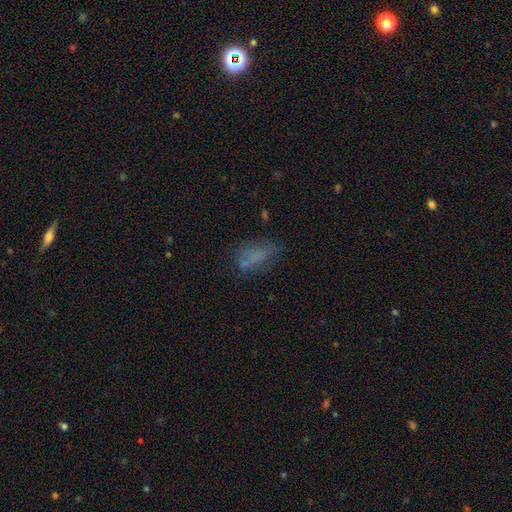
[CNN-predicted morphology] smooth_or_featured: smooth (p=0.61) [alt: featured or disk p=0.23]
how_rounded: in between (p=0.81) [alt: cigar-shaped p=0.11]
merging: none (p=0.50) [alt: minor disturbance p=0.23]